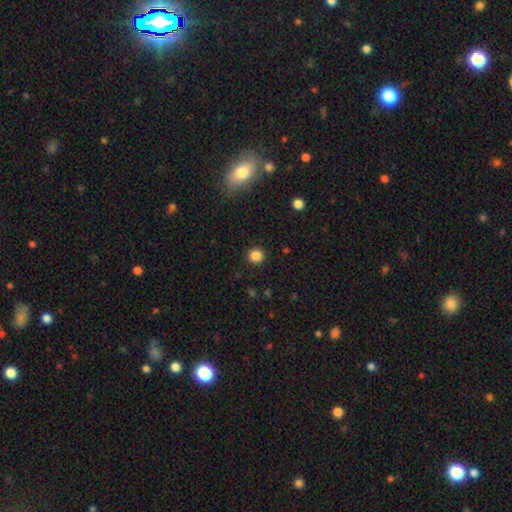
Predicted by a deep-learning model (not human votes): A smooth galaxy with no disk features (85%) that is round (92%).

Vote fractions:
- Smooth or featured? smooth: 85% / star or artifact: 12% / featured or disk: 3%
- How rounded? round: 92% / in between: 7% / cigar-shaped: 1%
- Merging? none: 92% / minor disturbance: 5% / major disturbance: 2% / merger: 1%